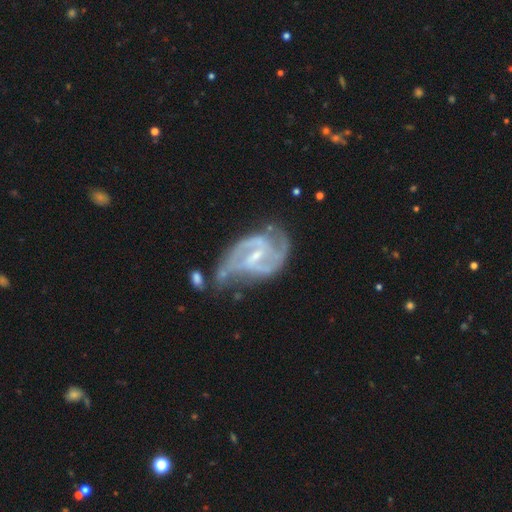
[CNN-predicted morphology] type=featured or disk (90%); edge-on=no (97%); bar=weak (52%); spiral arms=yes (97%); winding=medium (53%); arm count=2 (79%); bulge=small (64%); merging=none (47%).